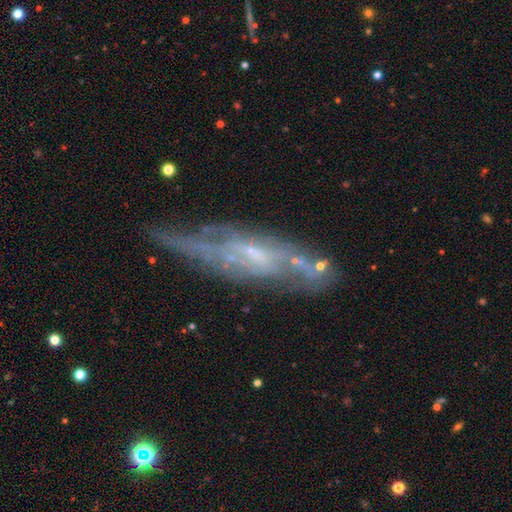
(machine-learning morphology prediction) This is likely a featured or disk galaxy (75%). It is possibly not viewed edge-on (57%). Merging: likely none (64%).